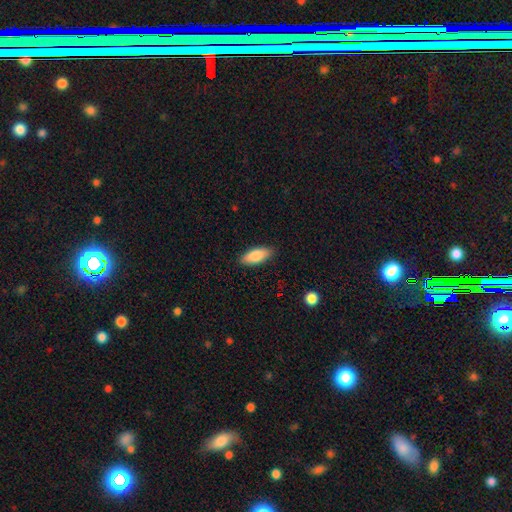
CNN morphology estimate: A smooth galaxy with no disk features (83%) that is in between round and cigar-shaped (76%). Merging: none (88%).